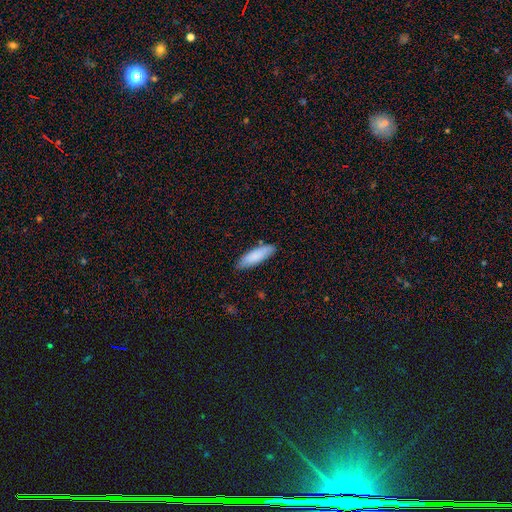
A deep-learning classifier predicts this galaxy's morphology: Smooth or featured?
  - smooth: 85% *
  - featured or disk: 10%
  - star or artifact: 6%
How rounded?
  - in between: 53% *
  - cigar-shaped: 45%
  - round: 1%
Merging?
  - none: 82% *
  - minor disturbance: 14%
  - major disturbance: 2%
  - merger: 2%